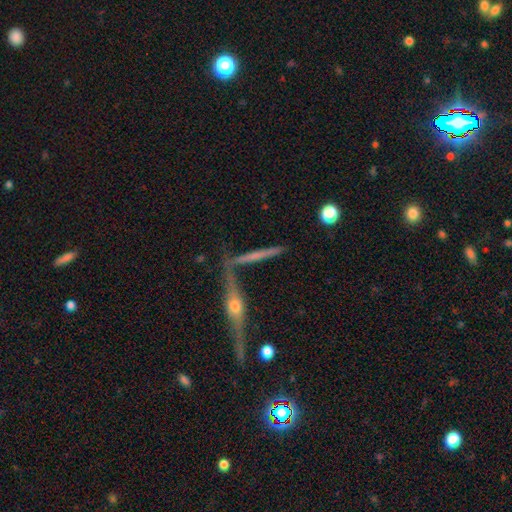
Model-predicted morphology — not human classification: smooth_or_featured: featured or disk (p=0.66) [alt: smooth p=0.25]
disk_edge_on: yes (p=0.93) [alt: no p=0.07]
edge_on_bulge: rounded (p=0.74) [alt: none p=0.19]
merging: none (p=0.69) [alt: merger p=0.16]